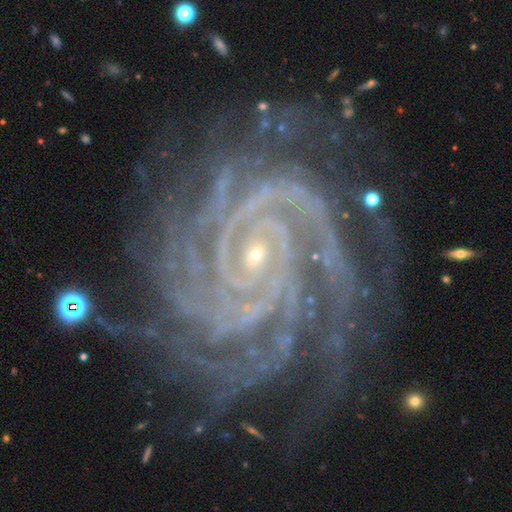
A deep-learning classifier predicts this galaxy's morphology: Smooth or featured: featured or disk — 93% (star or artifact — 5%)
Edge-on disk: no — 98% (yes — 2%)
Bar: no — 58% (weak — 24%)
Spiral arms: yes — 99% (no — 1%)
Spiral winding: tight — 85% (medium — 14%)
Spiral arm count: more than 4 — 30% (4 — 25%)
Bulge size: small — 86% (moderate — 10%)
Merging: none — 78% (minor disturbance — 14%)